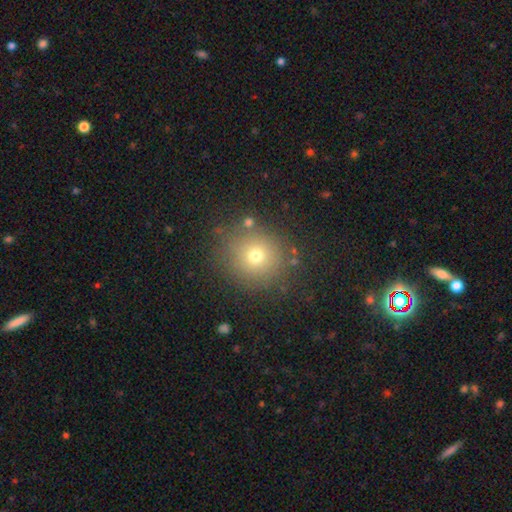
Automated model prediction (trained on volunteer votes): This appears to be a smooth galaxy with no disk features (69%) that is round (91%). Merging: none (83%).